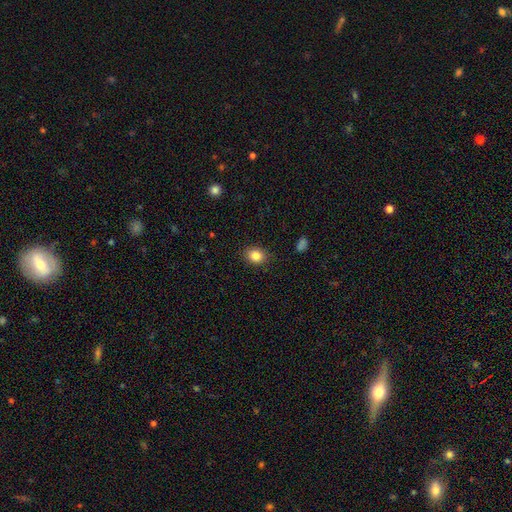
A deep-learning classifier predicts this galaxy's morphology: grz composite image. It shows a smooth galaxy with no disk features (84%) that is round (54%). Merging: none (88%).